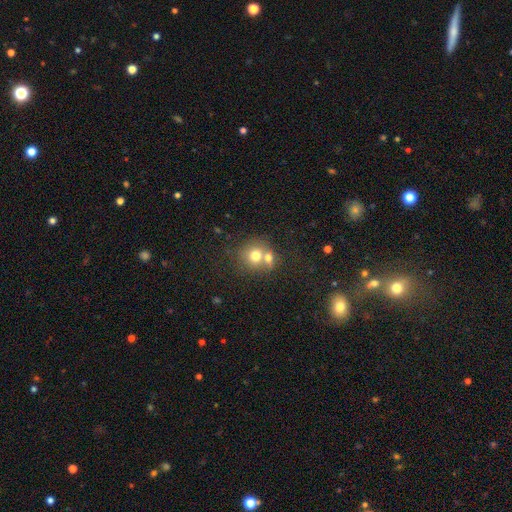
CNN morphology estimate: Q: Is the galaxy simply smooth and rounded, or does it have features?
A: smooth — 71%.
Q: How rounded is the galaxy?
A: round — 82%.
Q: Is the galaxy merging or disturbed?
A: merger — 52%.